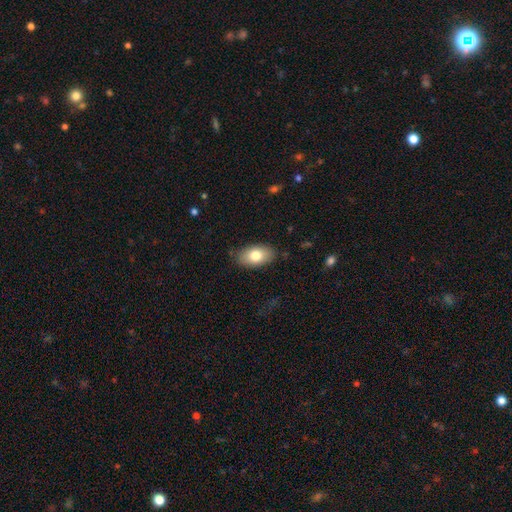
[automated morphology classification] A smooth galaxy with no disk features (78%) that is in between round and cigar-shaped (92%).

Vote fractions:
- Smooth or featured? smooth: 78% / featured or disk: 15% / star or artifact: 7%
- How rounded? in between: 92% / round: 6% / cigar-shaped: 2%
- Merging? none: 83% / minor disturbance: 13% / major disturbance: 3% / merger: 1%